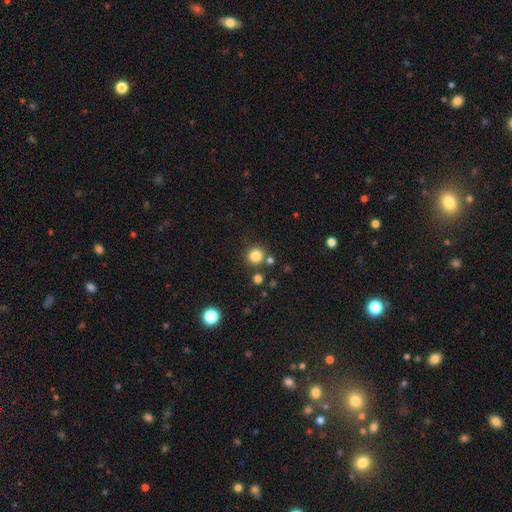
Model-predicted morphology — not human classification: Q: Smooth or featured?
A: smooth (82%); runner-up: star or artifact (13%)
Q: How rounded?
A: round (92%); runner-up: in between (7%)
Q: Merging?
A: none (80%); runner-up: merger (9%)